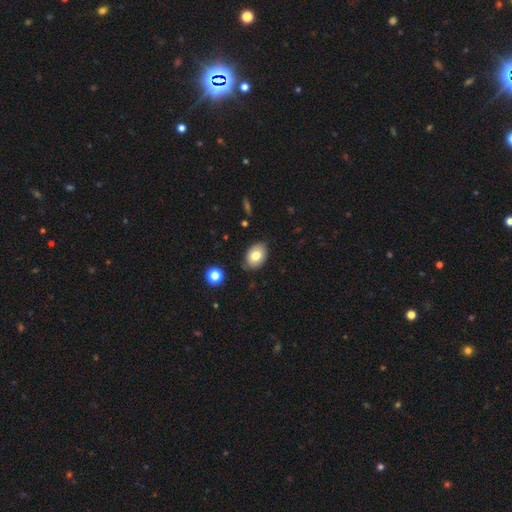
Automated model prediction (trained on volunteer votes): smooth-or-featured: smooth: 79% | featured or disk: 13% | star or artifact: 8%
  how-rounded: in between: 82% | round: 17% | cigar-shaped: 1%
  merging: none: 85% | minor disturbance: 11% | major disturbance: 2% | merger: 2%